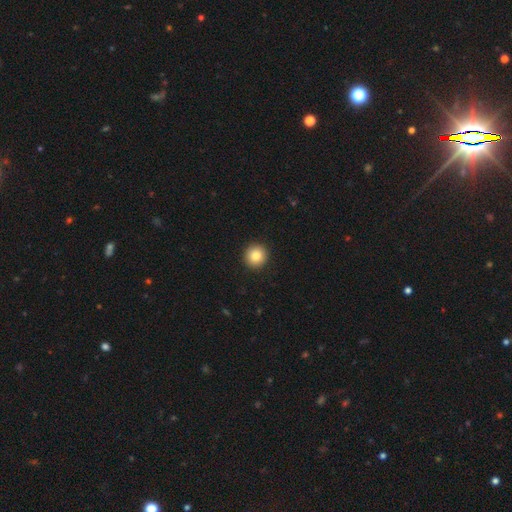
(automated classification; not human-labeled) Morphology: type=smooth (85%); roundness=round (94%); merging=none (93%).